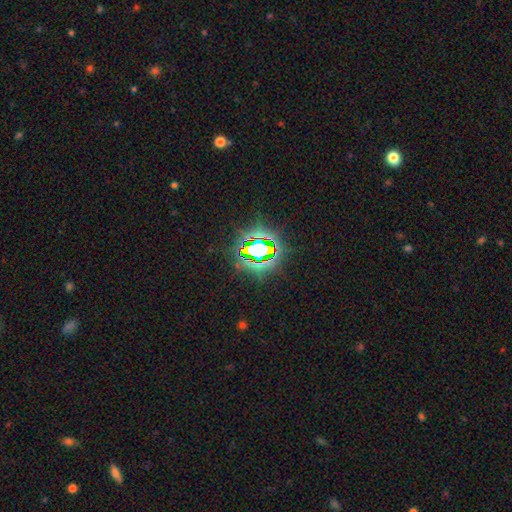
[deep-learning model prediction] This is clearly a star or artifact rather than a galaxy (82%).